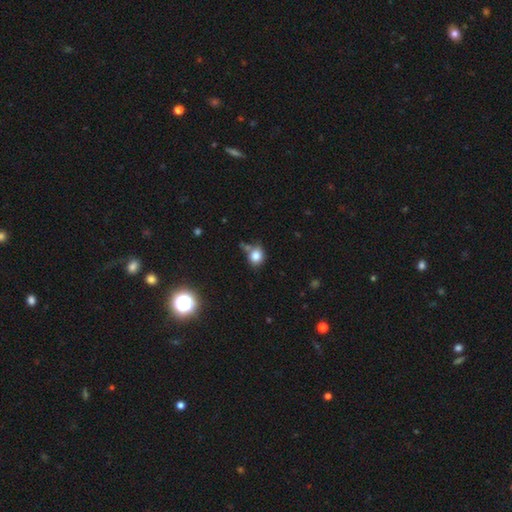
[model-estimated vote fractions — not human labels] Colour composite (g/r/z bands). It shows a smooth galaxy with no disk features (82%) that is round (65%). Merging: none (63%).